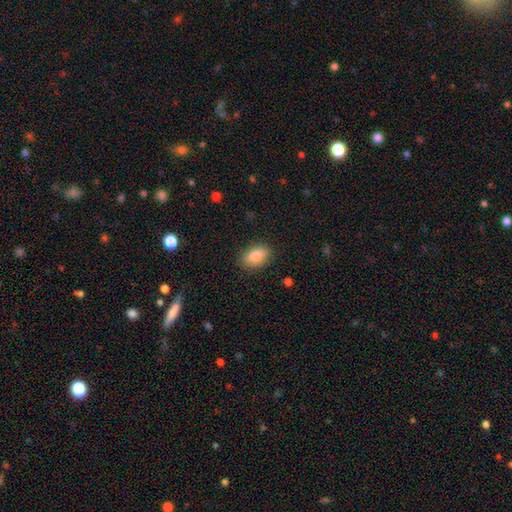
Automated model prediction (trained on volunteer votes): Q: Smooth or featured?
A: smooth (82%); runner-up: featured or disk (11%)
Q: How rounded?
A: in between (88%); runner-up: round (8%)
Q: Merging?
A: none (86%); runner-up: minor disturbance (10%)